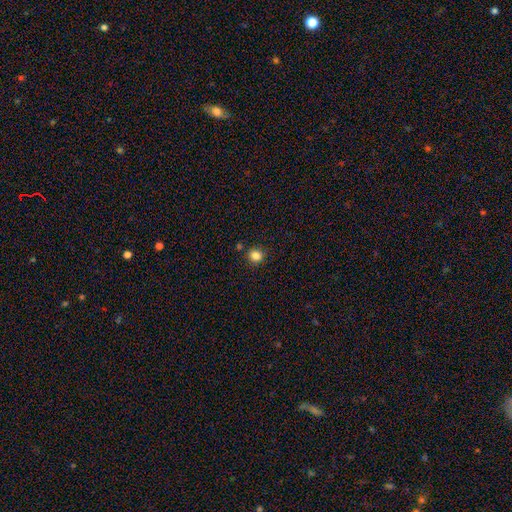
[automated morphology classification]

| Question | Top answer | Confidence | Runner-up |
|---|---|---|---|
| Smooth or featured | smooth | 83% | star or artifact (12%) |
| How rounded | round | 78% | in between (21%) |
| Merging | none | 84% | minor disturbance (9%) |